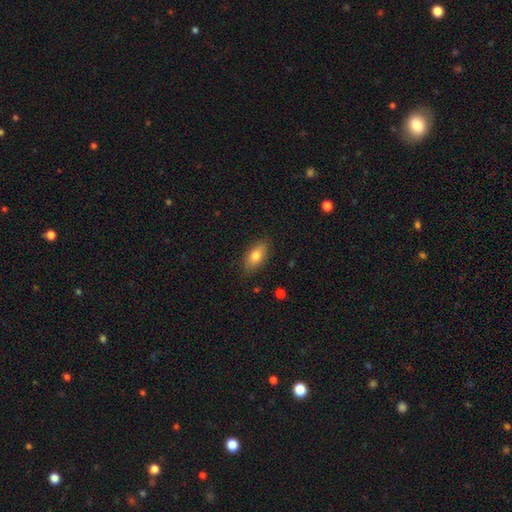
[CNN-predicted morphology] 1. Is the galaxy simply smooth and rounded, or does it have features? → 77% smooth, 16% featured or disk, 7% star or artifact.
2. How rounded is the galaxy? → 86% in between, 10% cigar-shaped, 4% round.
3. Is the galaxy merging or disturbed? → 85% none, 11% minor disturbance, 2% major disturbance, 1% merger.